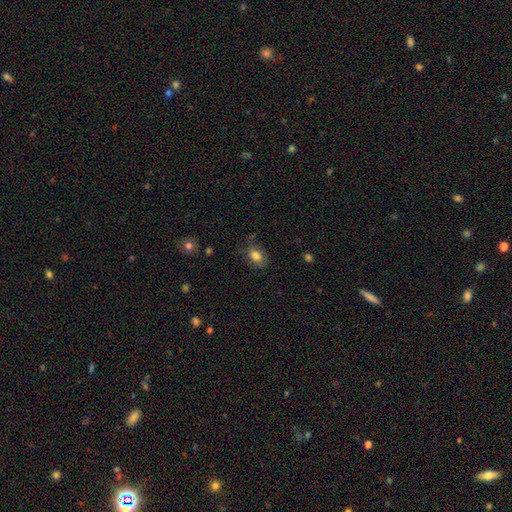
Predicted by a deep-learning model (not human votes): Smooth or featured? smooth (80%)
How rounded? in between (80%)
Merging? none (69%)